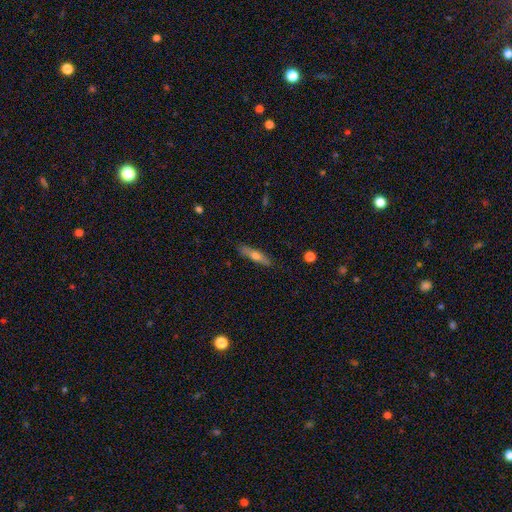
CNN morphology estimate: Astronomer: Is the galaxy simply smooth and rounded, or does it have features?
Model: smooth — 53% (runner-up: featured or disk, 41%).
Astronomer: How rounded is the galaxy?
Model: cigar-shaped — 77%.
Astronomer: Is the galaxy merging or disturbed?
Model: none — 85%.